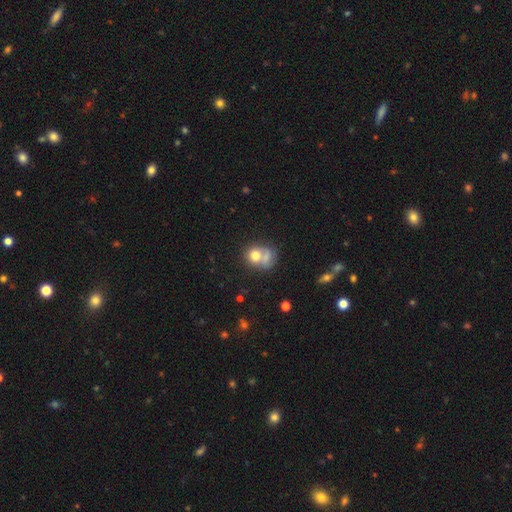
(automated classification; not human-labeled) Smooth or featured?
  - smooth: 72% *
  - featured or disk: 18%
  - star or artifact: 10%
How rounded?
  - round: 68% *
  - in between: 31%
  - cigar-shaped: 1%
Merging?
  - merger: 47% *
  - none: 31%
  - minor disturbance: 13%
  - major disturbance: 10%